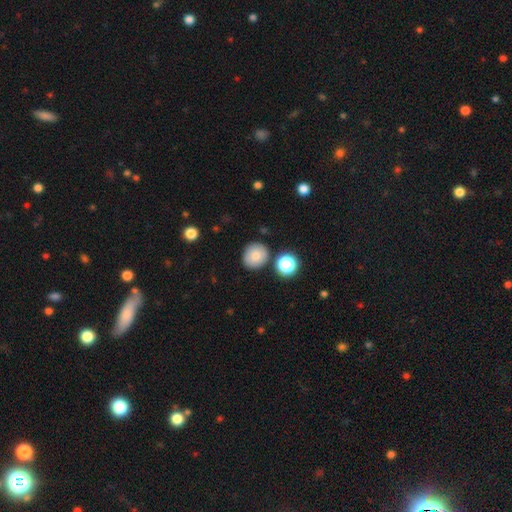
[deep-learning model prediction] This appears to be a smooth galaxy with no disk features (80%) that is round (82%). Merging: none (81%).